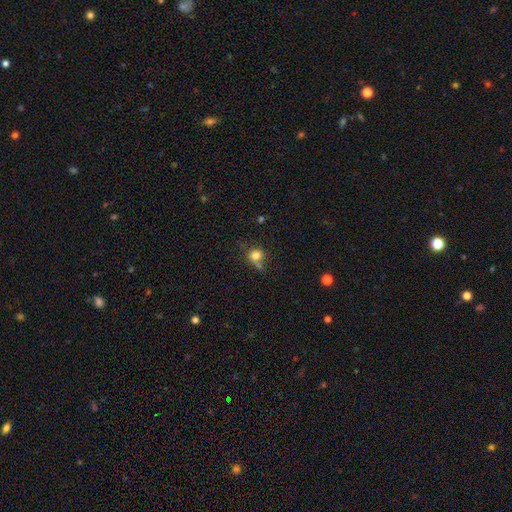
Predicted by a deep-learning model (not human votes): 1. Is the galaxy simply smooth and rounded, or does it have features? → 78% smooth, 12% star or artifact, 10% featured or disk.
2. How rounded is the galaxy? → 82% round, 17% in between, 1% cigar-shaped.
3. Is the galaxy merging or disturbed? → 53% none, 21% minor disturbance, 16% merger, 10% major disturbance.